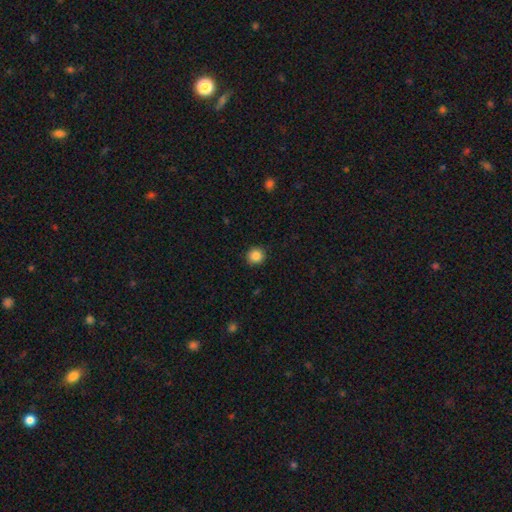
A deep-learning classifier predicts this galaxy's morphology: Smooth or featured? smooth (86%)
How rounded? round (93%)
Merging? none (92%)